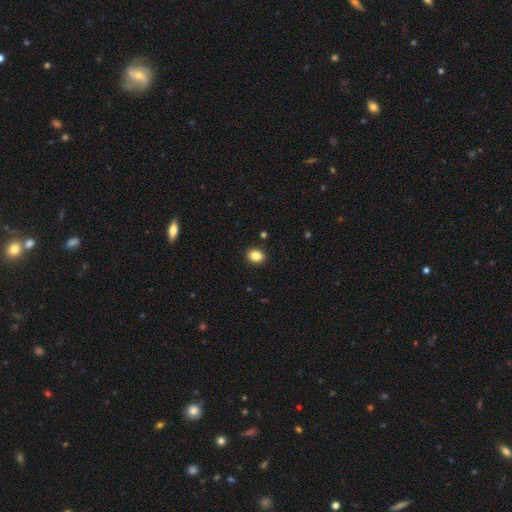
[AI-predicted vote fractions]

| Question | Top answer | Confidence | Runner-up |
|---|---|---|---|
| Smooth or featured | smooth | 84% | star or artifact (10%) |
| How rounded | round | 57% | in between (43%) |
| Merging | none | 91% | minor disturbance (6%) |